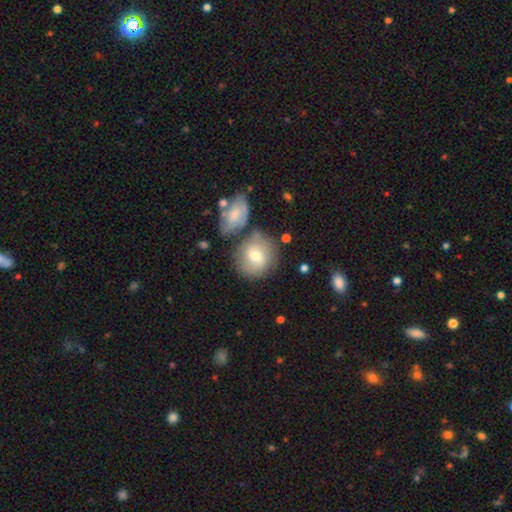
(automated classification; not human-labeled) This appears to be a smooth galaxy with no disk features (60%) that is round (82%). Merging: none (59%).